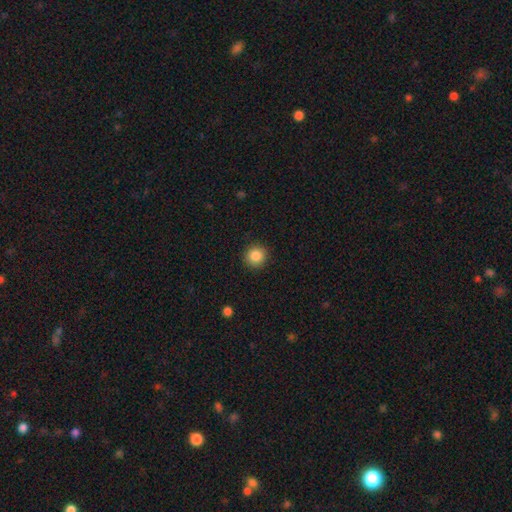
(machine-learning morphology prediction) smooth-or-featured: smooth: 86% | star or artifact: 9% | featured or disk: 4%
  how-rounded: round: 92% | in between: 7% | cigar-shaped: 1%
  merging: none: 92% | minor disturbance: 6% | major disturbance: 2% | merger: 1%